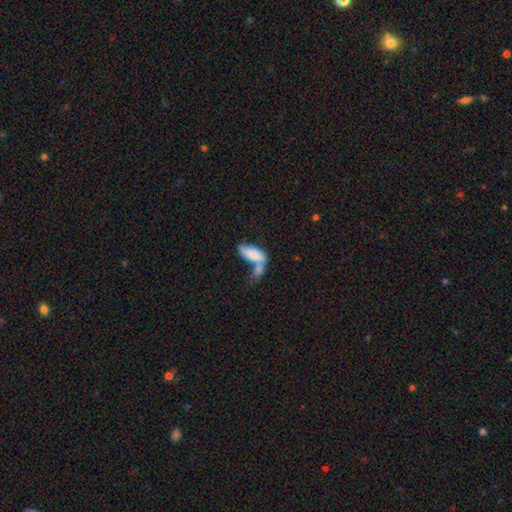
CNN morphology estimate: smooth-or-featured: smooth: 74% | featured or disk: 20% | star or artifact: 7%
  how-rounded: in between: 82% | cigar-shaped: 16% | round: 2%
  merging: merger: 58% | none: 19% | minor disturbance: 12% | major disturbance: 10%